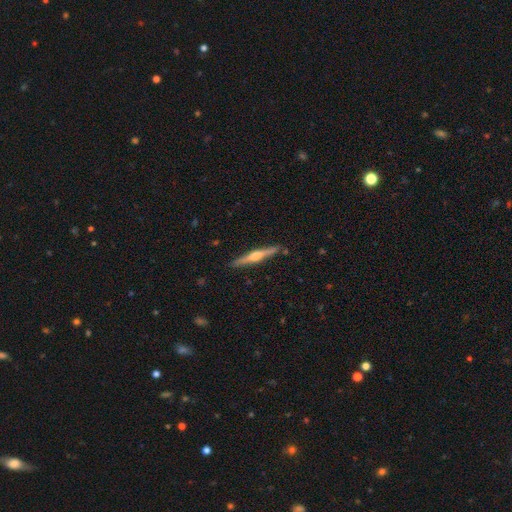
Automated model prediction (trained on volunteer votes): Morphology: type=featured or disk (71%); edge-on=yes (98%); edge-on bulge=rounded (90%); merging=none (89%).